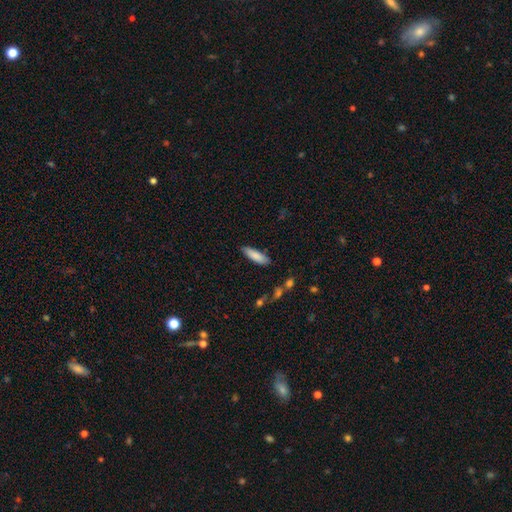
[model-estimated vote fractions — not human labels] A smooth galaxy with no disk features (85%) that is cigar-shaped (55%). Merging: none (82%).